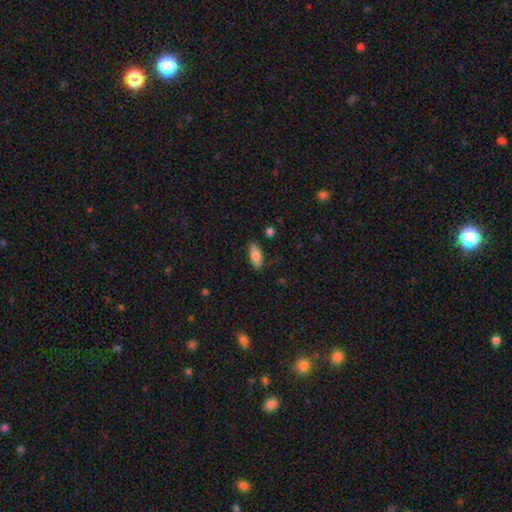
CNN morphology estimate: A smooth galaxy with no disk features (78%) that is in between round and cigar-shaped (79%). Merging: none (84%).